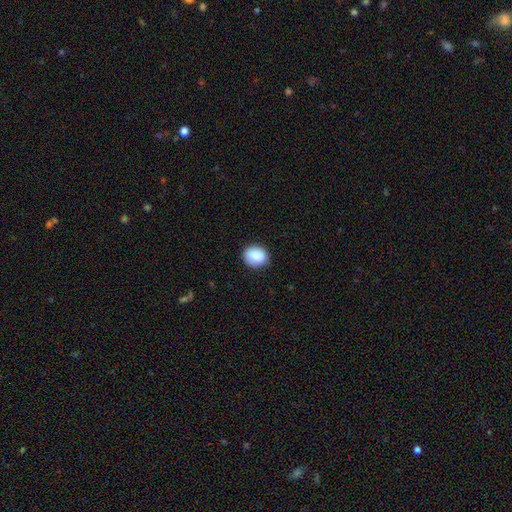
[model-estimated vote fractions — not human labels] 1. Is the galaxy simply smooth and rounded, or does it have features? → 88% smooth, 7% star or artifact, 5% featured or disk.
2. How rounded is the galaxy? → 59% round, 40% in between, 1% cigar-shaped.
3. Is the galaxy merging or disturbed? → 88% none, 9% minor disturbance, 2% major disturbance, 1% merger.